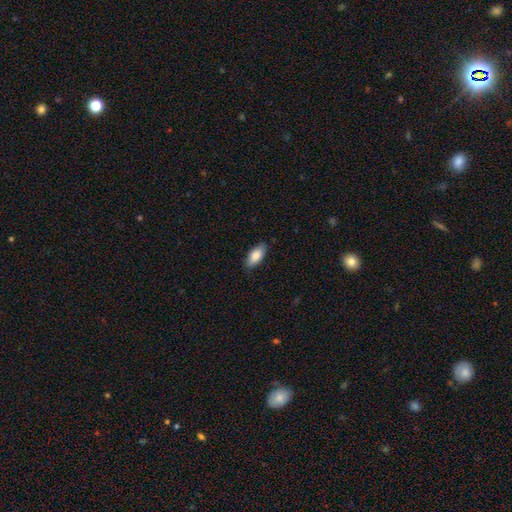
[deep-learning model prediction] The model was most divided on "merging": none: 86%, minor disturbance: 11%, major disturbance: 2%, merger: 1%. More confident: how rounded — in between (88%); smooth or featured — smooth (85%).